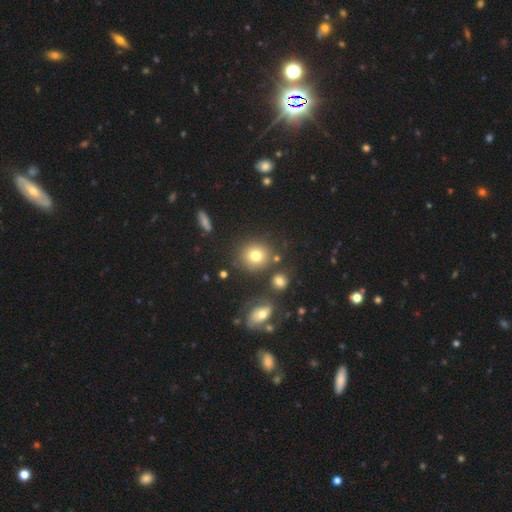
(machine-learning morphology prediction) type=smooth (76%); roundness=round (86%); merging=none (79%).